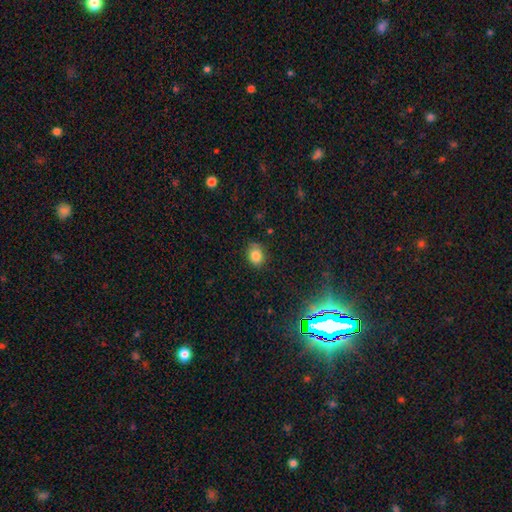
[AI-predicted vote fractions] Q: Smooth or featured?
A: smooth (82%); runner-up: star or artifact (12%)
Q: How rounded?
A: in between (53%); runner-up: round (46%)
Q: Merging?
A: none (79%); runner-up: minor disturbance (17%)